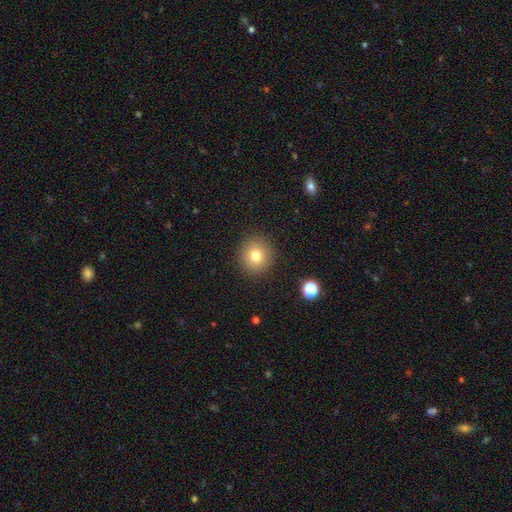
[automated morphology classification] smooth 78%, star or artifact 12%, featured or disk 10%. Down the decision tree: how rounded — round (91%); merging — none (90%).